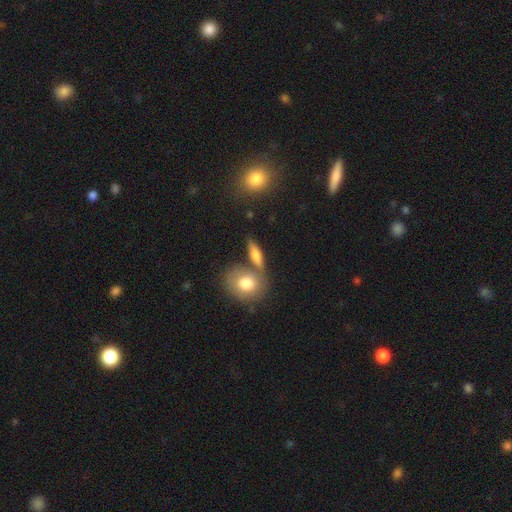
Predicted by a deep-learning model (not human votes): Smooth or featured: smooth — 64% (featured or disk — 28%)
How rounded: in between — 50% (cigar-shaped — 29%)
Merging: none — 65% (merger — 19%)